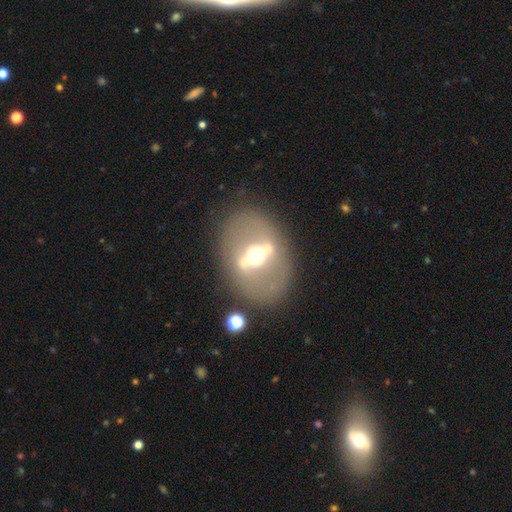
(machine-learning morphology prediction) Q: Smooth or featured?
A: featured or disk (72%); runner-up: smooth (20%)
Q: Edge-on disk?
A: no (80%); runner-up: yes (20%)
Q: Bar?
A: strong (67%); runner-up: weak (23%)
Q: Spiral arms?
A: no (88%); runner-up: yes (12%)
Q: Bulge size?
A: moderate (68%); runner-up: small (15%)
Q: Merging?
A: none (79%); runner-up: minor disturbance (11%)